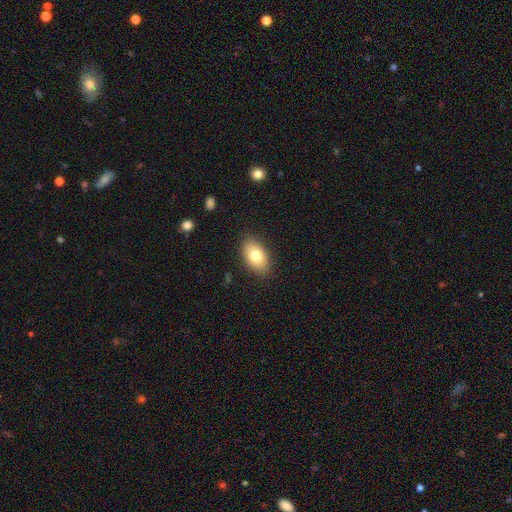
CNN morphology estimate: This appears to be a smooth galaxy with no disk features (76%) that is in between round and cigar-shaped (91%). Merging: none (86%).